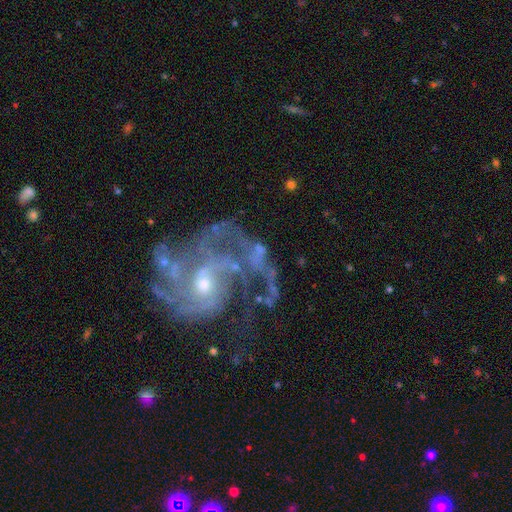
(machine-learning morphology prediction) Smooth or featured?
  - featured or disk: 84% *
  - star or artifact: 10%
  - smooth: 7%
Edge-on disk?
  - no: 98% *
  - yes: 2%
Bar?
  - no: 70% *
  - weak: 24%
  - strong: 6%
Spiral arms?
  - yes: 90% *
  - no: 10%
Spiral winding?
  - medium: 43% *
  - tight: 29%
  - loose: 28%
Spiral arm count?
  - can't tell: 26% *
  - 3: 24%
  - 2: 20%
  - 4: 14%
  - 1: 9%
  - more than 4: 8%
Bulge size?
  - small: 57% *
  - moderate: 36%
  - none: 4%
  - large: 2%
  - dominant: 1%
Merging?
  - none: 37% * (tied)
  - major disturbance: 37% * (tied)
  - minor disturbance: 16%
  - merger: 10%